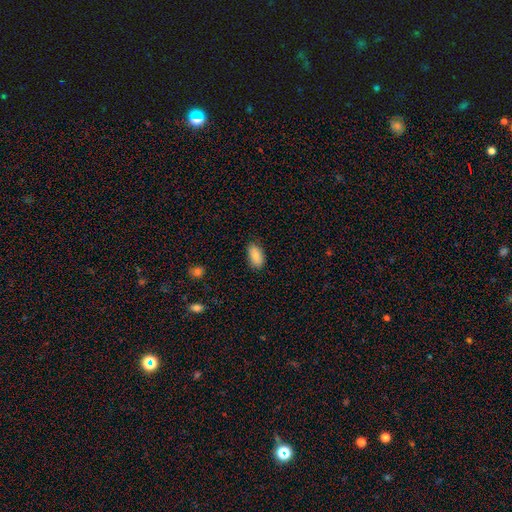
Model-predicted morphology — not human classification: smooth 86%, star or artifact 7%, featured or disk 7%. Down the decision tree: how rounded — in between (91%); merging — none (84%).